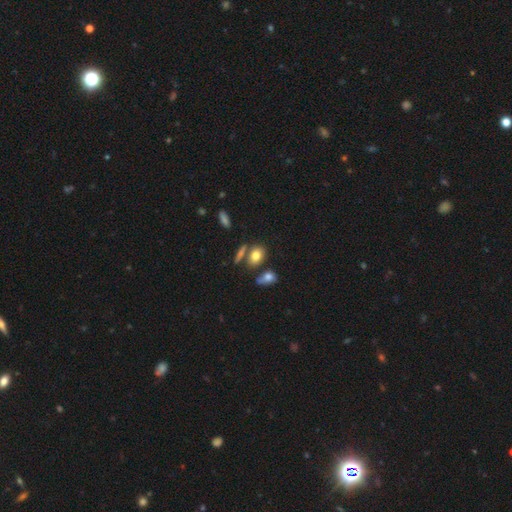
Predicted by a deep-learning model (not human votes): This appears to be a smooth galaxy with no disk features (77%) that is in between round and cigar-shaped (69%). Merging: none (62%).